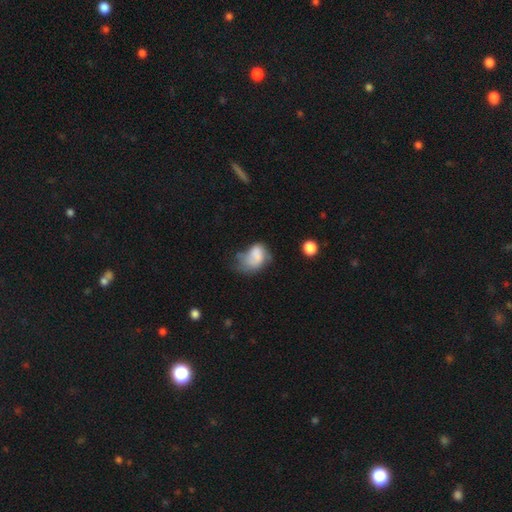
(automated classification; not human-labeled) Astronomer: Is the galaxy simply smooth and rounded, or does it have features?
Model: smooth — 66%.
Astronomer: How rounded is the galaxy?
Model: in between — 74%.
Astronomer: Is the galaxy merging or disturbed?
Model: major disturbance — 43% (runner-up: minor disturbance, 28%).